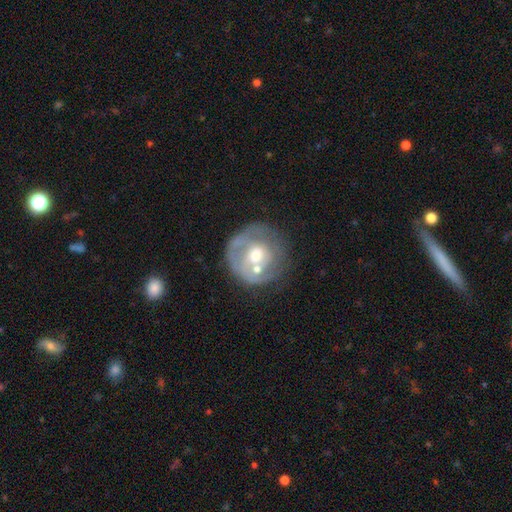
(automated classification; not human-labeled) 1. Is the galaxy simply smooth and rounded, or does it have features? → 56% featured or disk, 37% smooth, 7% star or artifact.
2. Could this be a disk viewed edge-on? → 97% no, 3% yes.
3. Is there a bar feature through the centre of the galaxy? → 78% no, 18% weak, 4% strong.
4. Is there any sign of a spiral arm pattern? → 61% no, 39% yes.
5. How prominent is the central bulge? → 66% moderate, 17% small, 13% large, 3% none, 2% dominant.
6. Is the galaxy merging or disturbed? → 49% none, 18% minor disturbance, 17% merger, 15% major disturbance.